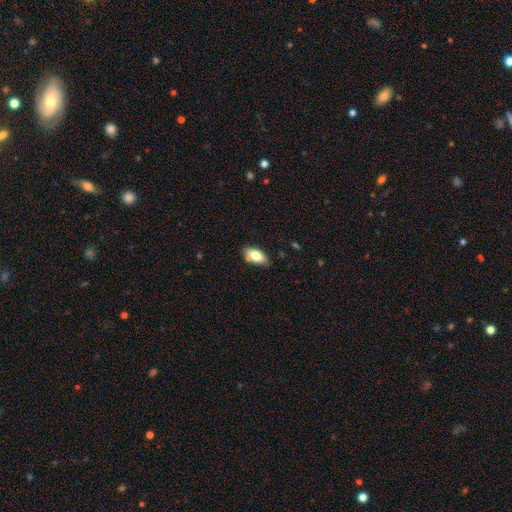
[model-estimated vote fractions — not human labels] smooth-or-featured: smooth: 76% | featured or disk: 17% | star or artifact: 7%
  how-rounded: in between: 91% | cigar-shaped: 5% | round: 4%
  merging: none: 69% | minor disturbance: 23% | merger: 4% | major disturbance: 4%